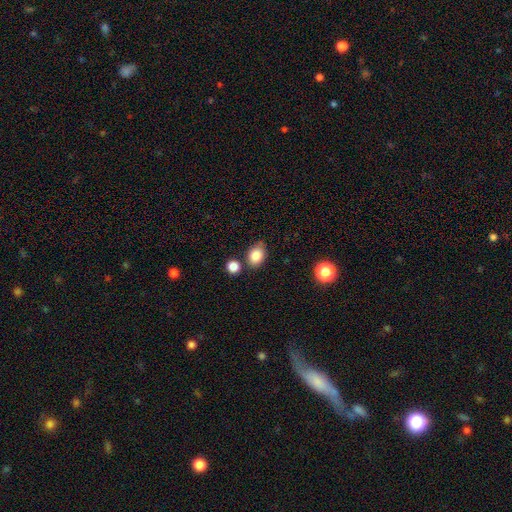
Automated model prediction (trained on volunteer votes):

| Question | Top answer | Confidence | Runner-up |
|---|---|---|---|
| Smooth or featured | smooth | 85% | star or artifact (9%) |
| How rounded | in between | 72% | round (27%) |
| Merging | none | 71% | minor disturbance (16%) |